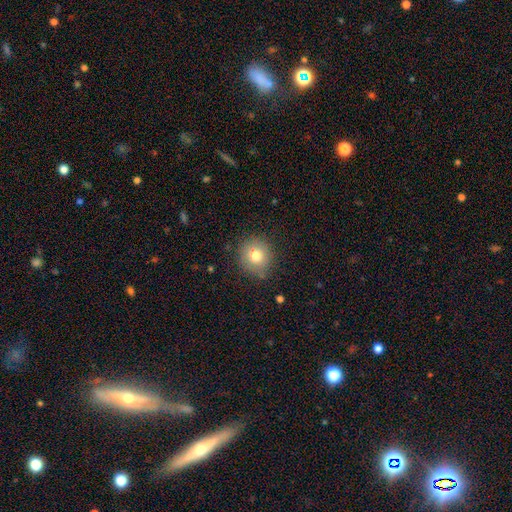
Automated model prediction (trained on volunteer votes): Overall: smooth (76%). How rounded: round (89%). Merging: none (80%).